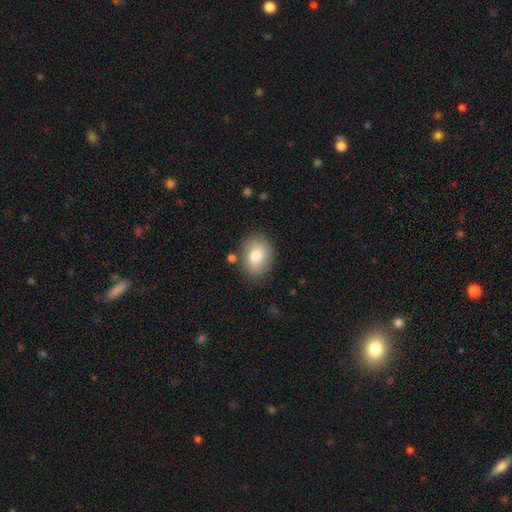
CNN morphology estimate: Overall: smooth (76%). How rounded: in between (54%; round 45%). Merging: none (80%).